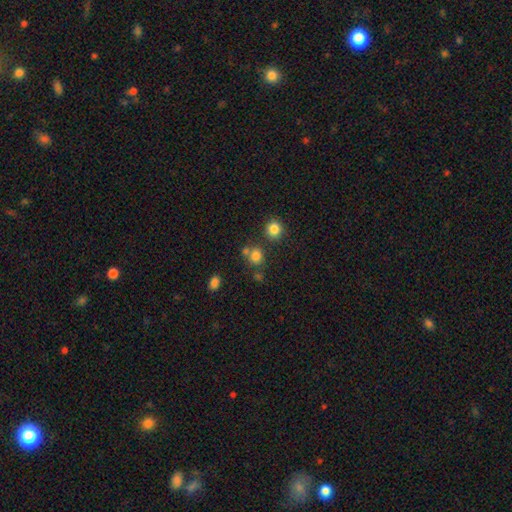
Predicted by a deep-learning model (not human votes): A smooth galaxy with no disk features (78%) that is round (78%).

Vote fractions:
- Smooth or featured? smooth: 78% / star or artifact: 15% / featured or disk: 7%
- How rounded? round: 78% / in between: 21% / cigar-shaped: 1%
- Merging? none: 64% / merger: 22% / minor disturbance: 10% / major disturbance: 4%